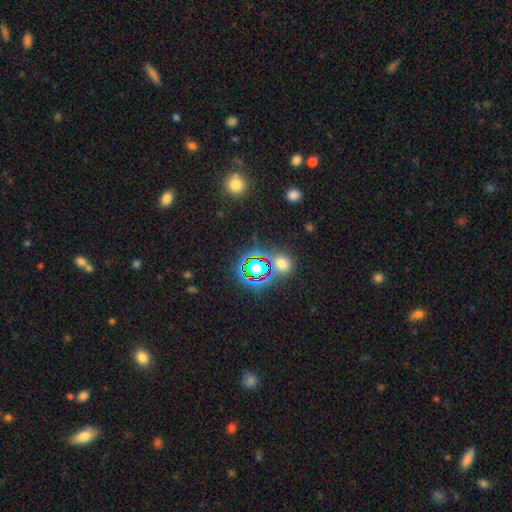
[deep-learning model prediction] This appears to be a star or artifact, not a galaxy (74%).